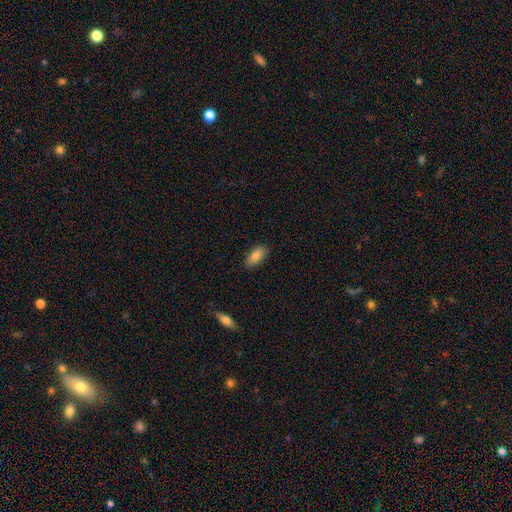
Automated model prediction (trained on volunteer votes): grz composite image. It shows a smooth galaxy with no disk features (83%) that is in between round and cigar-shaped (86%). Merging: none (86%).